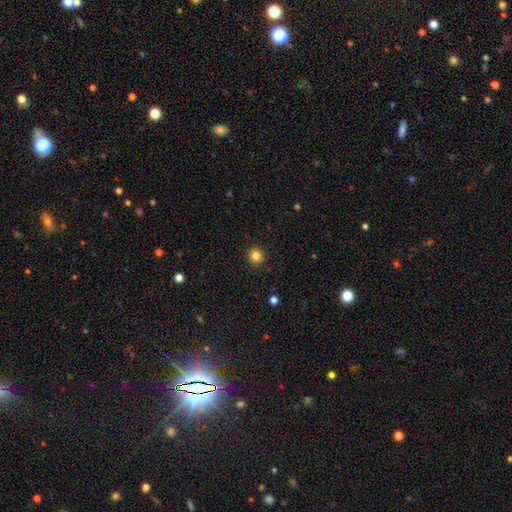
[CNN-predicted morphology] smooth 84%, star or artifact 12%, featured or disk 5%. Down the decision tree: how rounded — round (89%); merging — none (92%).